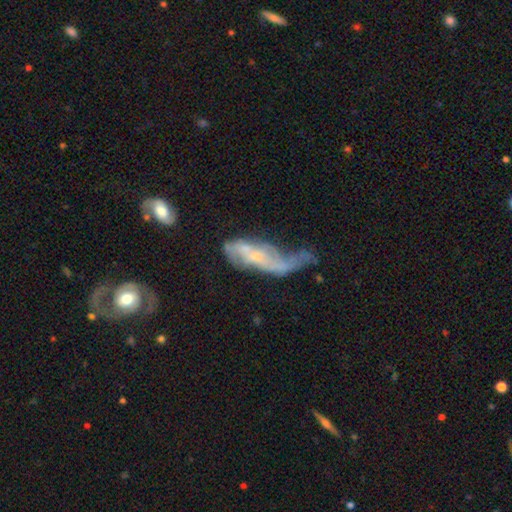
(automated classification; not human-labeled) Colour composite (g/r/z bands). It shows a featured or disk galaxy (66%) with no bar (68%), spiral arms (68%) and a small central bulge (67%). Merging: major disturbance (45%).